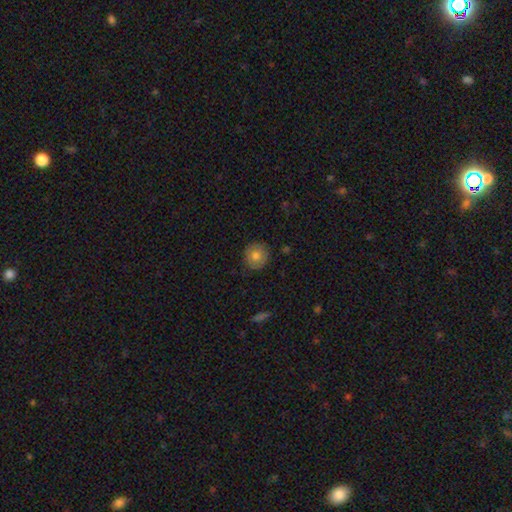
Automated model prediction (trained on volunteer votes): A smooth galaxy with no disk features (77%) that is round (92%).

Vote fractions:
- Smooth or featured? smooth: 77% / featured or disk: 14% / star or artifact: 8%
- How rounded? round: 92% / in between: 7% / cigar-shaped: 1%
- Merging? none: 85% / minor disturbance: 11% / major disturbance: 2% / merger: 1%